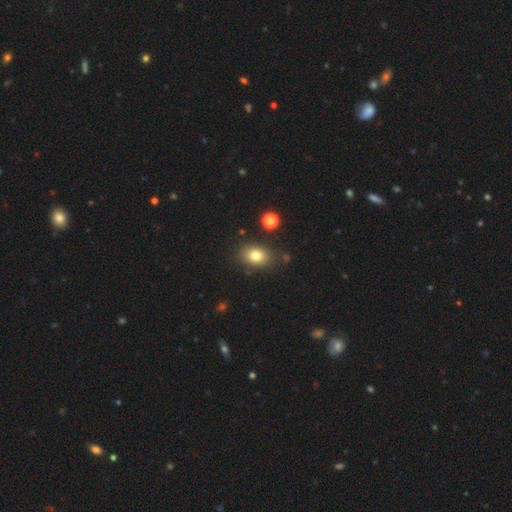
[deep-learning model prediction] This is likely a smooth galaxy (79%). How rounded: likely in between (71%). Merging: likely none (80%).